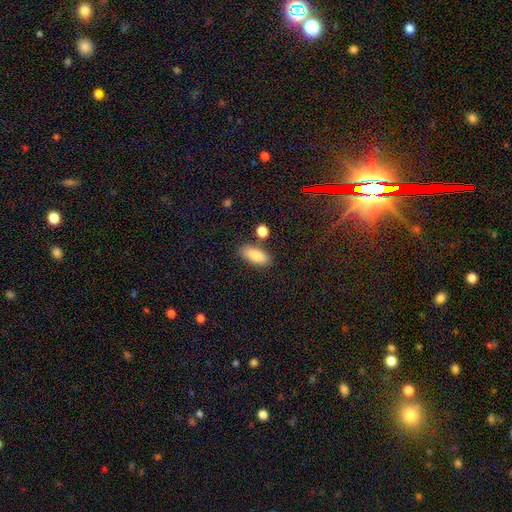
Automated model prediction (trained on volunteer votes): smooth 86%, featured or disk 7%, star or artifact 7%. Down the decision tree: how rounded — in between (81%); merging — none (80%).